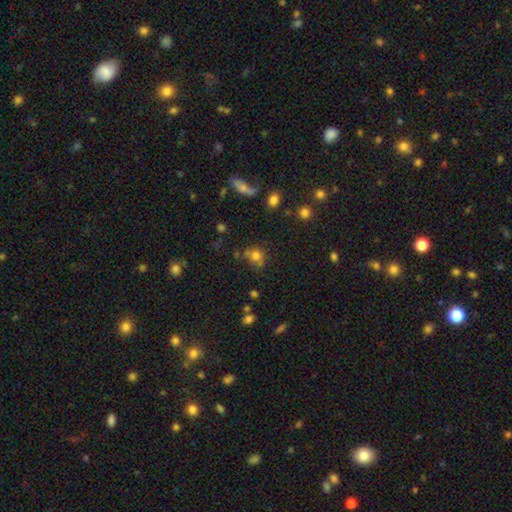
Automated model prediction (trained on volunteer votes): smooth 72%, star or artifact 17%, featured or disk 11%. Down the decision tree: how rounded — round (73%); merging — none (55%).